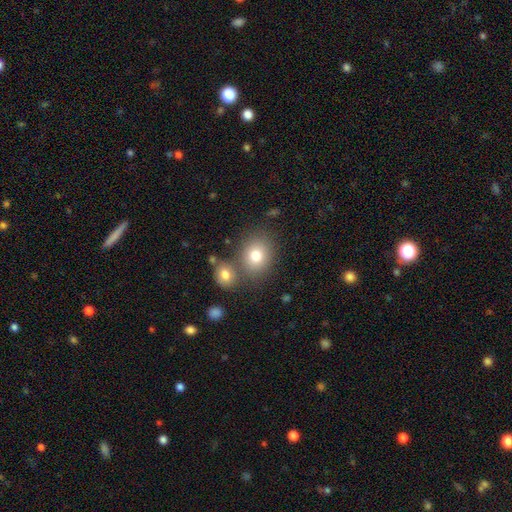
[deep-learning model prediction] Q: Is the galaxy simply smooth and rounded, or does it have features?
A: smooth — 78%.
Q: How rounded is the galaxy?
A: round — 61%.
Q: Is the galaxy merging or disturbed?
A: none — 64%.